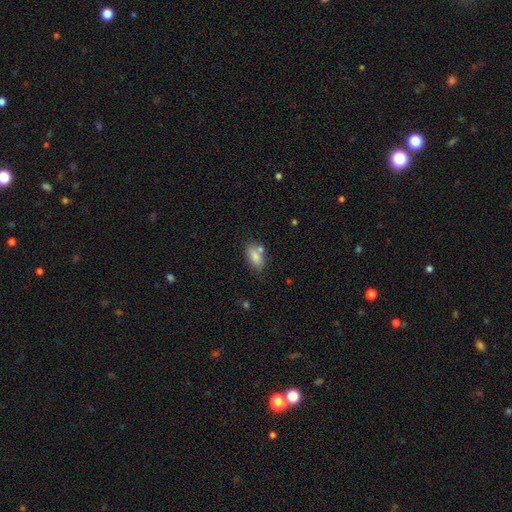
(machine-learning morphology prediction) Smooth or featured? Predicted: smooth (p=0.83). How rounded? Predicted: in between (p=0.86). Merging? Predicted: none (p=0.64).